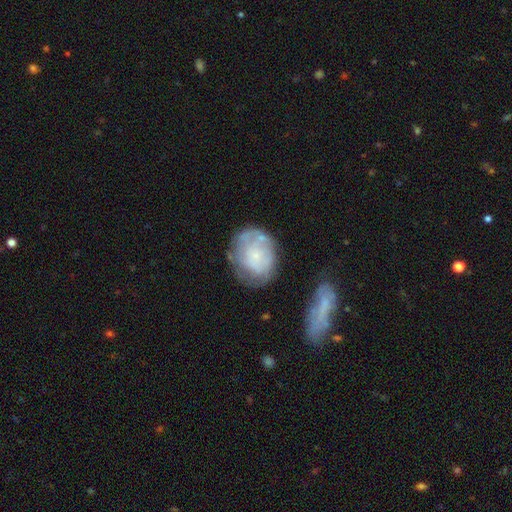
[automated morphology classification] This is possibly a featured or disk galaxy (50%). It is clearly not viewed edge-on (97%). Merging: possibly none (54%).